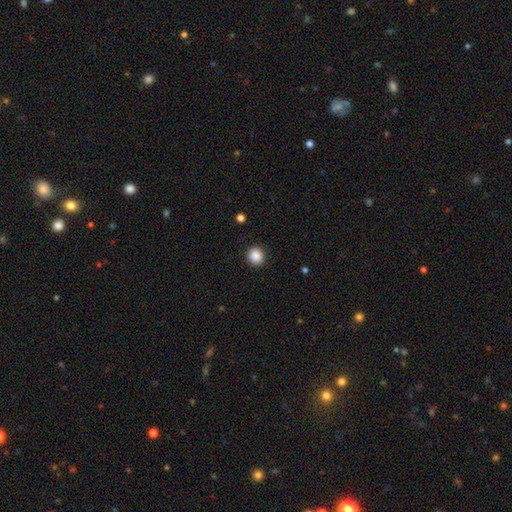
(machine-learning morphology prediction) Smooth or featured? smooth (88%)
How rounded? round (83%)
Merging? none (90%)